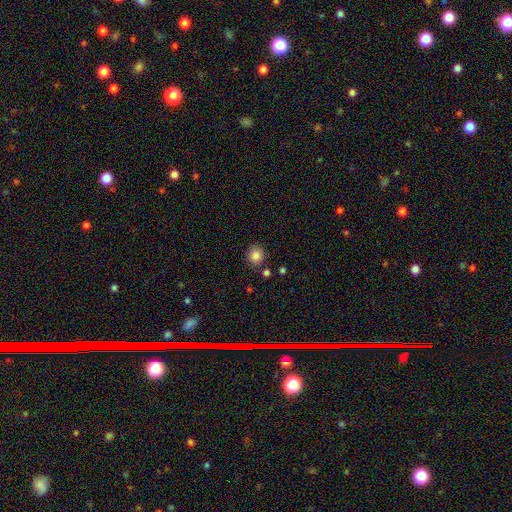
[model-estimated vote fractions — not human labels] smooth 85%, star or artifact 10%, featured or disk 5%. Down the decision tree: how rounded — round (85%); merging — none (80%).